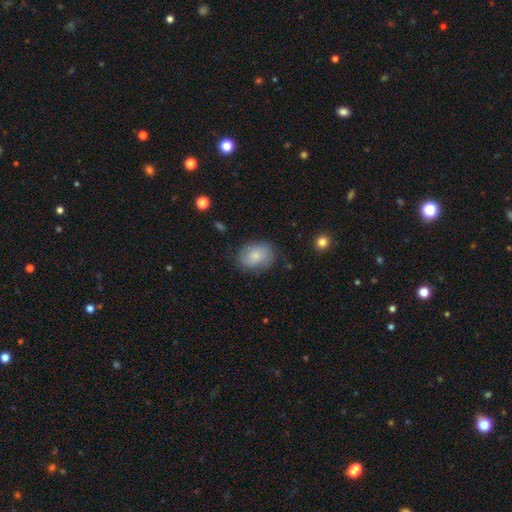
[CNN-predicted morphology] smooth_or_featured: smooth (p=0.73) [alt: featured or disk p=0.20]
how_rounded: in between (p=0.60) [alt: round p=0.39]
merging: none (p=0.70) [alt: minor disturbance p=0.21]